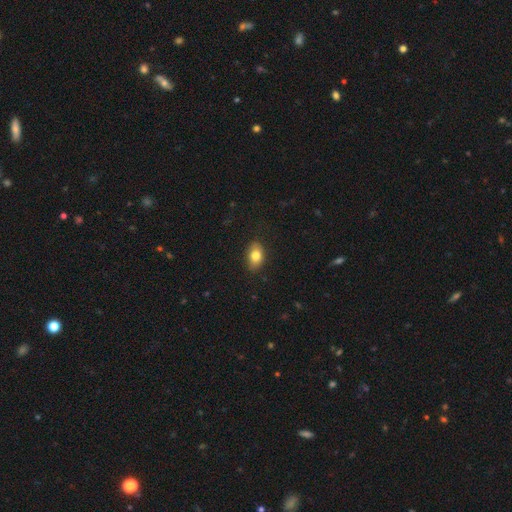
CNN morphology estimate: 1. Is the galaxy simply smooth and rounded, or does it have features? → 80% smooth, 12% featured or disk, 8% star or artifact.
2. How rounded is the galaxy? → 86% in between, 13% round, 2% cigar-shaped.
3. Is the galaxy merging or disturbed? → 85% none, 12% minor disturbance, 2% major disturbance, 1% merger.